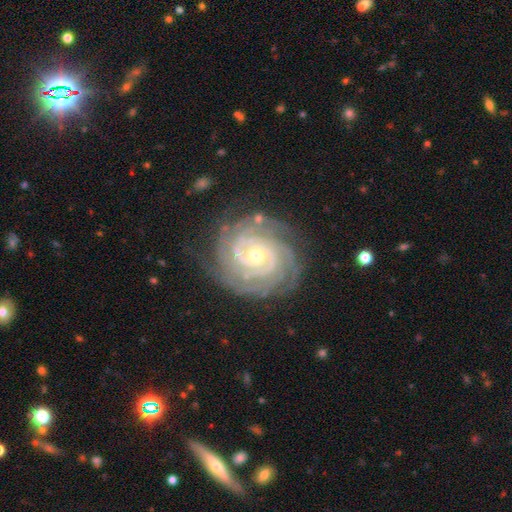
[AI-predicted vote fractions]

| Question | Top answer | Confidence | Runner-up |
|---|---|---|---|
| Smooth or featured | featured or disk | 92% | star or artifact (5%) |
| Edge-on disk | no | 98% | yes (2%) |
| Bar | no | 69% | weak (21%) |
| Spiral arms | yes | 98% | no (2%) |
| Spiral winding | tight | 85% | medium (14%) |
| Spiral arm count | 3 | 24% | 2 (22%) |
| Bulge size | small | 60% | moderate (37%) |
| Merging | none | 78% | minor disturbance (15%) |